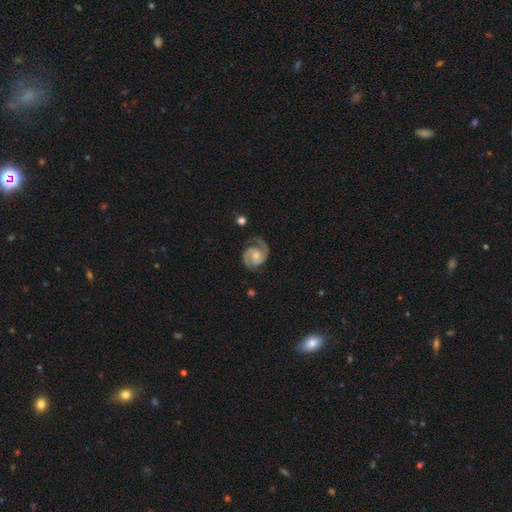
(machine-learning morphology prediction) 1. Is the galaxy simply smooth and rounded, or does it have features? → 88% featured or disk, 7% smooth, 4% star or artifact.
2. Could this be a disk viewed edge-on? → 98% no, 2% yes.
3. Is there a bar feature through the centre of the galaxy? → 59% no, 34% weak, 7% strong.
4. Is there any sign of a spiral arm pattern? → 98% yes, 2% no.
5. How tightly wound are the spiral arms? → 45% medium (tied), 45% tight (tied), 10% loose.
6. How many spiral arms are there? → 88% 2, 5% 1, 3% can't tell, 2% 3, 1% 4, 1% more than 4.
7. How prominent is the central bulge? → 45% moderate, 38% small, 11% none, 6% large, 1% dominant.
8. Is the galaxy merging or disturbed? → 69% none, 20% minor disturbance, 9% major disturbance, 2% merger.